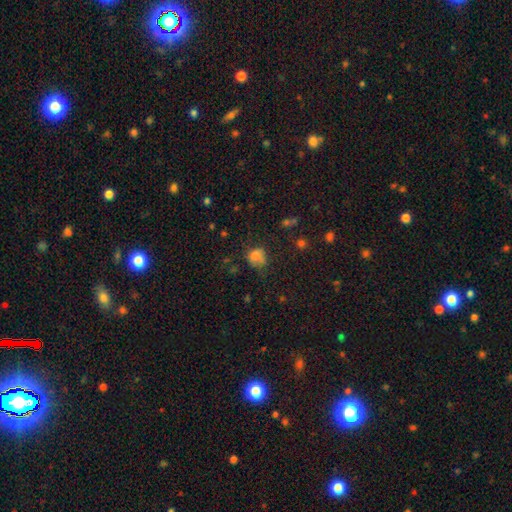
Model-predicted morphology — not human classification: This is likely a smooth galaxy (76%). How rounded: likely round (65%). Merging: possibly none (47%).